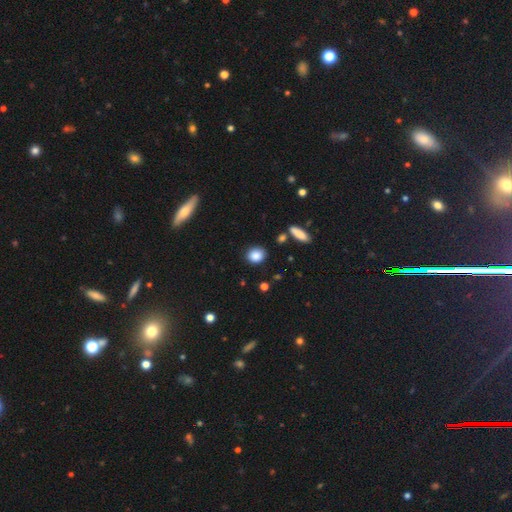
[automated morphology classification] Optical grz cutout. It shows a smooth galaxy with no disk features (87%) that is round (59%). Merging: none (84%).